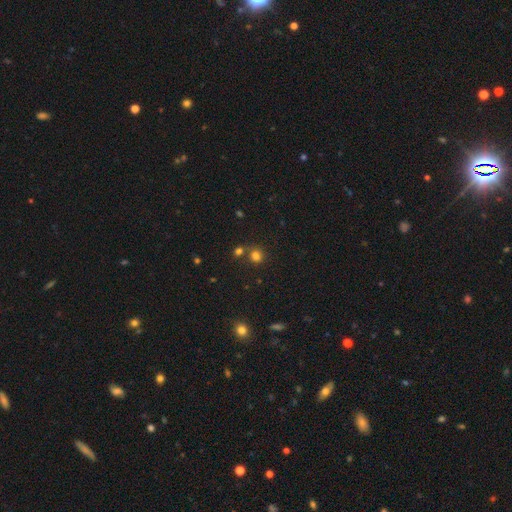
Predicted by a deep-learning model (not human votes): Q: Smooth or featured?
A: smooth (75%); runner-up: star or artifact (19%)
Q: How rounded?
A: round (74%); runner-up: in between (25%)
Q: Merging?
A: none (61%); runner-up: merger (25%)